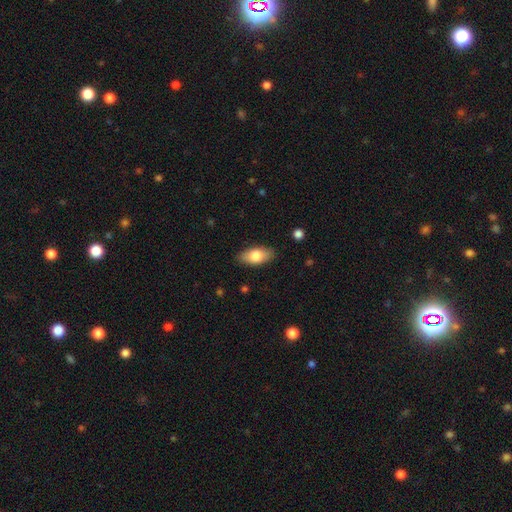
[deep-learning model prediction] This is likely a smooth galaxy (77%). How rounded: clearly in between (88%). Merging: clearly none (86%).